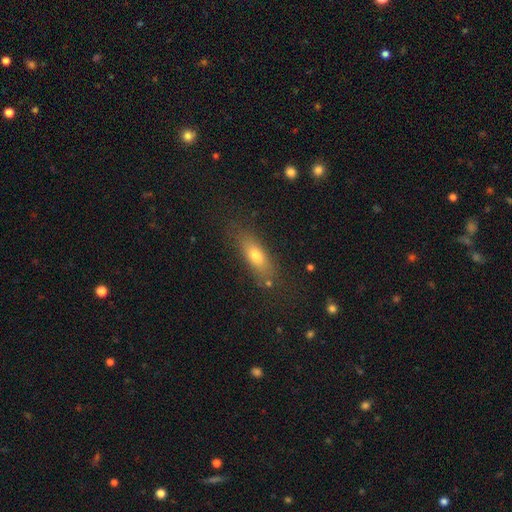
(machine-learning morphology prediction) A smooth galaxy with no disk features (70%) that is in between round and cigar-shaped (59%). Merging: none (77%).